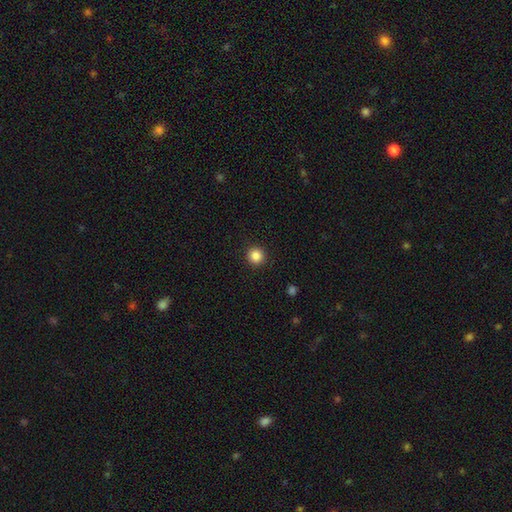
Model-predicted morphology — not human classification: A smooth galaxy with no disk features (86%) that is round (95%). Merging: none (93%).